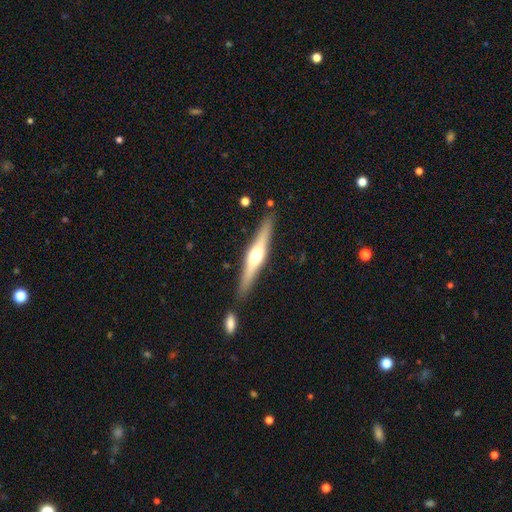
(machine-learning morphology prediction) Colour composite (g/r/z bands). It shows a featured or disk galaxy (66%) viewed edge-on (97%) with a rounded central bulge (91%). Merging: none (87%).